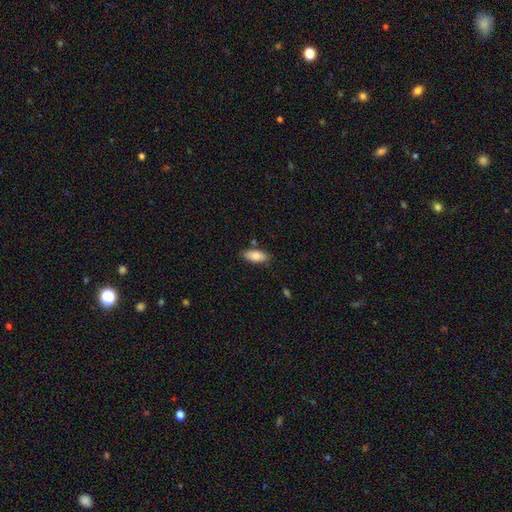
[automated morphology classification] The model was most divided on "merging": none: 79%, minor disturbance: 14%, merger: 4%, major disturbance: 3%. More confident: how rounded — in between (88%); smooth or featured — smooth (83%).